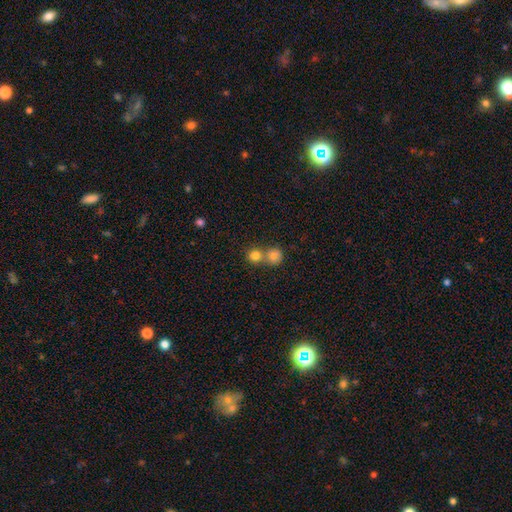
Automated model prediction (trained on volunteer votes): A smooth galaxy with no disk features (80%) that is round (89%). Merging: none (47%).